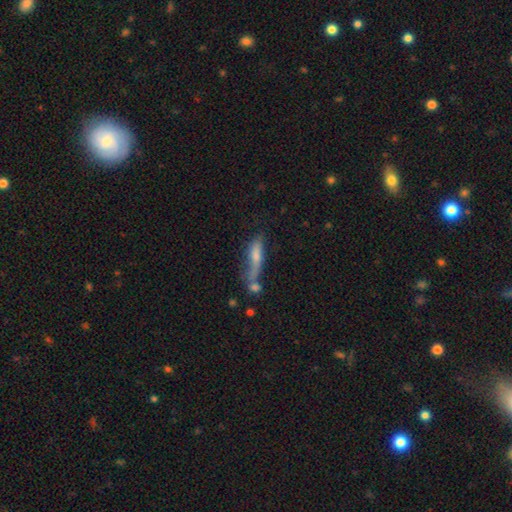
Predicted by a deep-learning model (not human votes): Smooth or featured?
  - smooth: 56% *
  - featured or disk: 35%
  - star or artifact: 9%
How rounded?
  - cigar-shaped: 73% *
  - in between: 24%
  - round: 3%
Merging?
  - none: 40% *
  - merger: 25%
  - minor disturbance: 22%
  - major disturbance: 13%